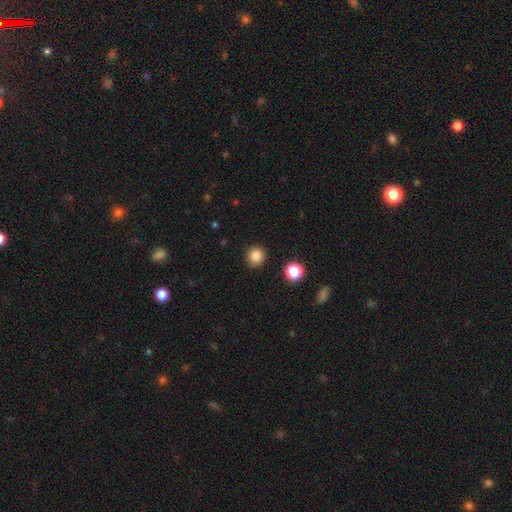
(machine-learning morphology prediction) smooth 85%, star or artifact 11%, featured or disk 4%. Down the decision tree: how rounded — round (90%); merging — none (88%).